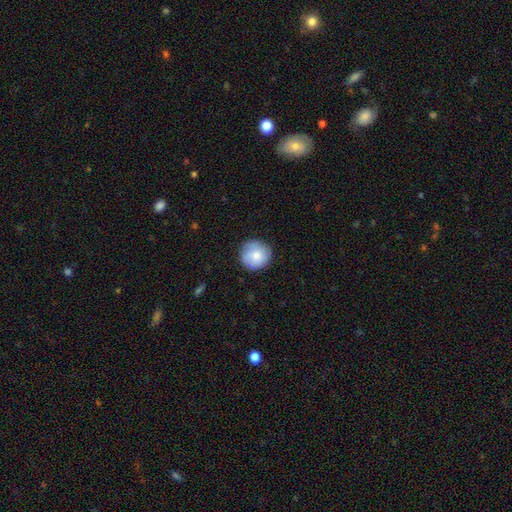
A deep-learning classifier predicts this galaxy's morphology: Smooth or featured? smooth (73%)
How rounded? round (93%)
Merging? none (82%)